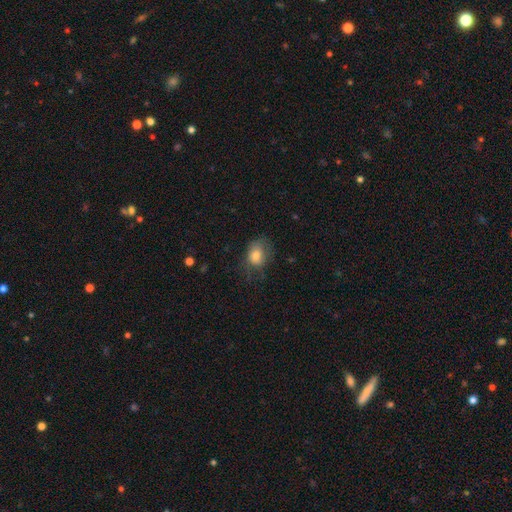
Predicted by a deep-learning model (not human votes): Smooth or featured? smooth (76%)
How rounded? in between (63%)
Merging? none (50%)